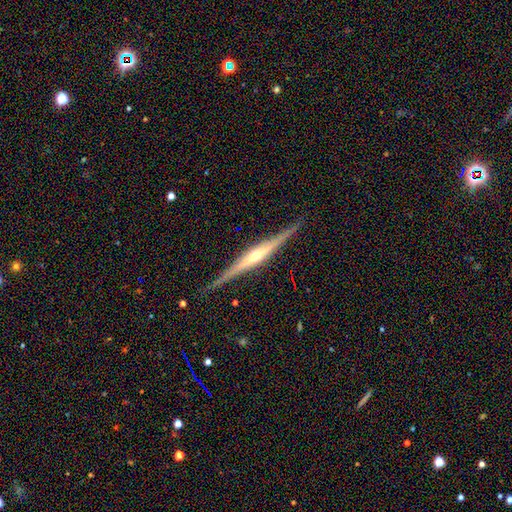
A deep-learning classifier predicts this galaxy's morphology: Smooth or featured?
  - featured or disk: 84% *
  - smooth: 11%
  - star or artifact: 6%
Edge-on disk?
  - yes: 98% *
  - no: 2%
Edge-on bulge?
  - rounded: 77% *
  - none: 14%
  - boxy: 9%
Merging?
  - none: 88% *
  - minor disturbance: 9%
  - major disturbance: 2%
  - merger: 1%